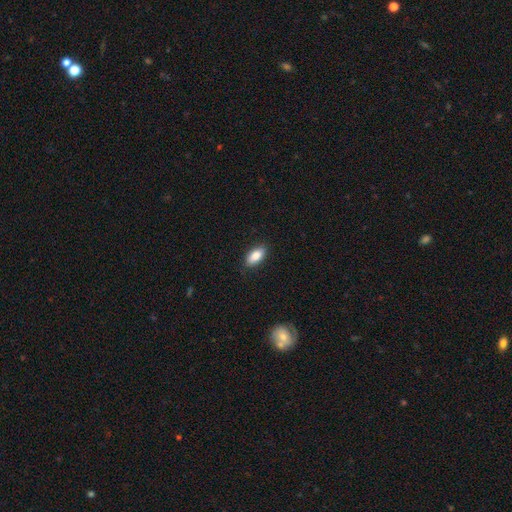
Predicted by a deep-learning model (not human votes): Morphology: type=smooth (84%); roundness=in between (88%); merging=none (86%).